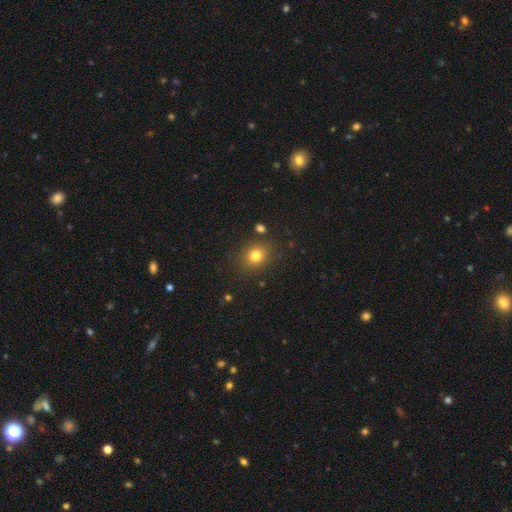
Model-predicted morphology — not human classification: Smooth or featured? smooth (79%)
How rounded? round (68%)
Merging? none (84%)